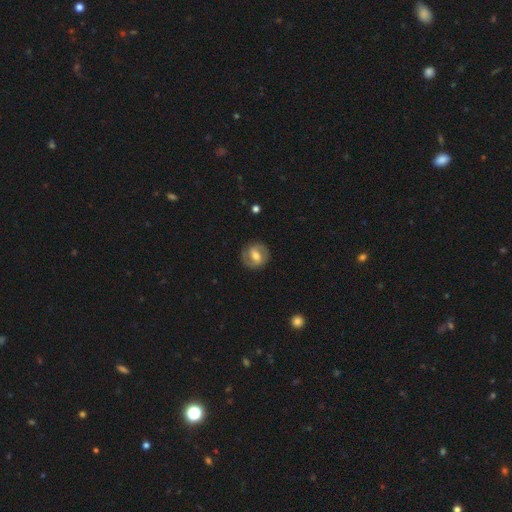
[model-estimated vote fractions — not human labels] A featured or disk galaxy (62%) with a weak bar (41%, tied with strong), spiral arms (69%) and a moderate central bulge (67%). Merging: none (84%).